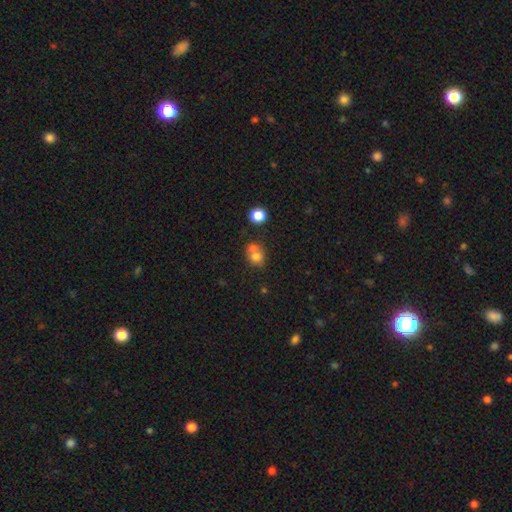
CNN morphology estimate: smooth 72%, featured or disk 15%, star or artifact 13%. Down the decision tree: how rounded — round (70%); merging — merger (52%).